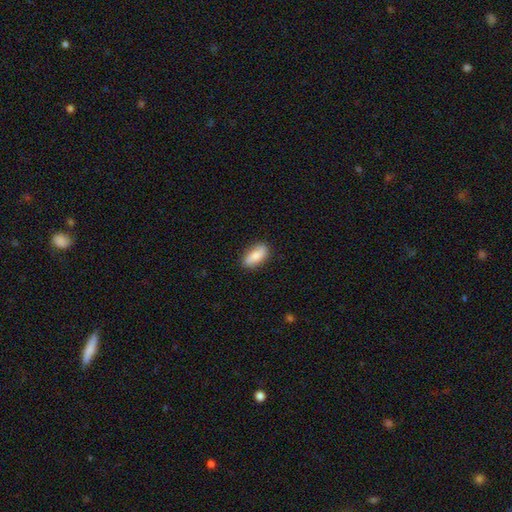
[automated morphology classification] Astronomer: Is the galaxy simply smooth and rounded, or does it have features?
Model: smooth — 82%.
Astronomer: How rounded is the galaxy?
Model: in between — 85%.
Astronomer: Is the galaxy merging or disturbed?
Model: none — 86%.